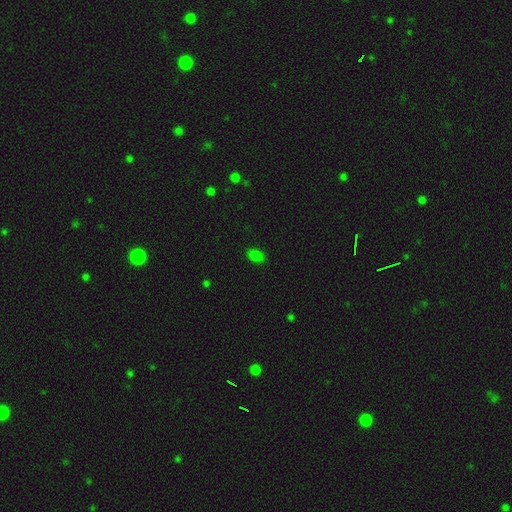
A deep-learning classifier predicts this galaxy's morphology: smooth 81%, star or artifact 16%, featured or disk 3%. Down the decision tree: how rounded — in between (90%); merging — none (87%).